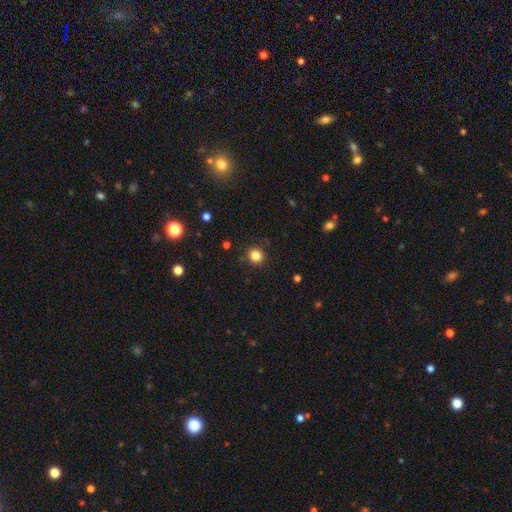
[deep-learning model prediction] Smooth or featured?
  - smooth: 83% *
  - star or artifact: 12%
  - featured or disk: 4%
How rounded?
  - round: 90% *
  - in between: 9%
  - cigar-shaped: 1%
Merging?
  - none: 90% *
  - minor disturbance: 6%
  - major disturbance: 2%
  - merger: 1%